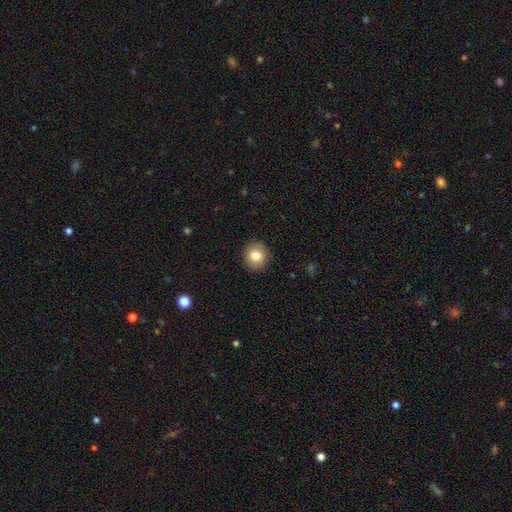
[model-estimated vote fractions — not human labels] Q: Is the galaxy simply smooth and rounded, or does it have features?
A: smooth — 82%.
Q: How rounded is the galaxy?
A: round — 83%.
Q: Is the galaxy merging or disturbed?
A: none — 91%.